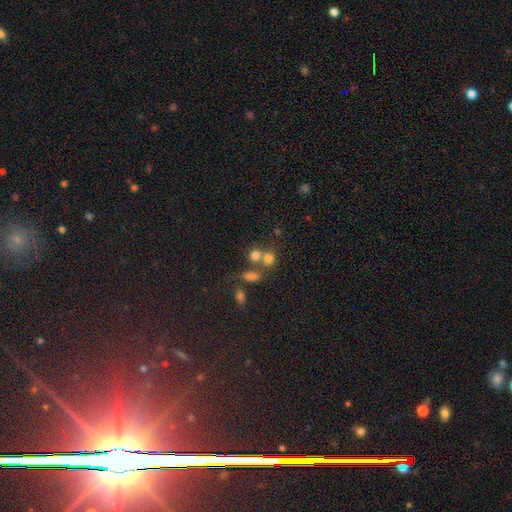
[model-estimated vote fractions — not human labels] Smooth or featured? Predicted: smooth (p=0.72). How rounded? Predicted: round (p=0.76). Merging? Predicted: none (p=0.44).